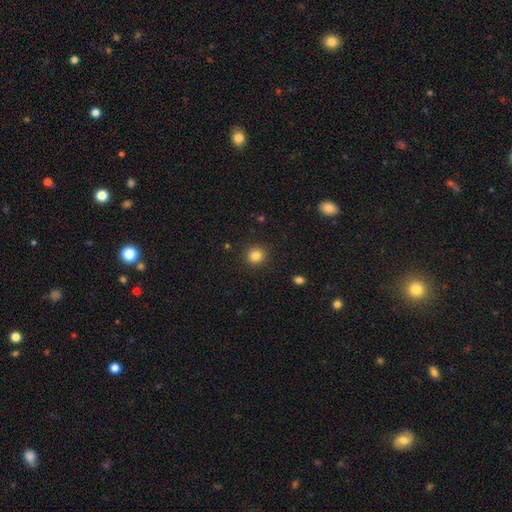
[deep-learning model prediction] Smooth or featured? Predicted: smooth (p=0.84). How rounded? Predicted: round (p=0.93). Merging? Predicted: none (p=0.91).